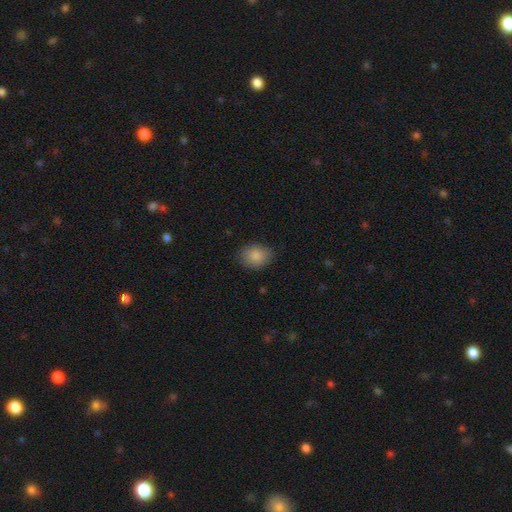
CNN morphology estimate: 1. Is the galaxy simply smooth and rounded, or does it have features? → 86% smooth, 8% star or artifact, 6% featured or disk.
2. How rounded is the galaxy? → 61% in between, 38% round, 1% cigar-shaped.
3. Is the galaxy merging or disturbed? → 83% none, 13% minor disturbance, 3% major disturbance, 1% merger.